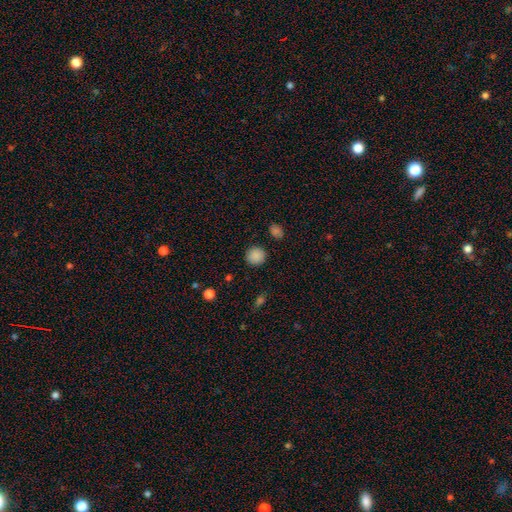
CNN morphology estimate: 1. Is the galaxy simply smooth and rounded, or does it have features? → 87% smooth, 10% star or artifact, 3% featured or disk.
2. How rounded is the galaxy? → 93% round, 7% in between, 1% cigar-shaped.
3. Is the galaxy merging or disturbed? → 90% none, 6% minor disturbance, 2% major disturbance, 2% merger.